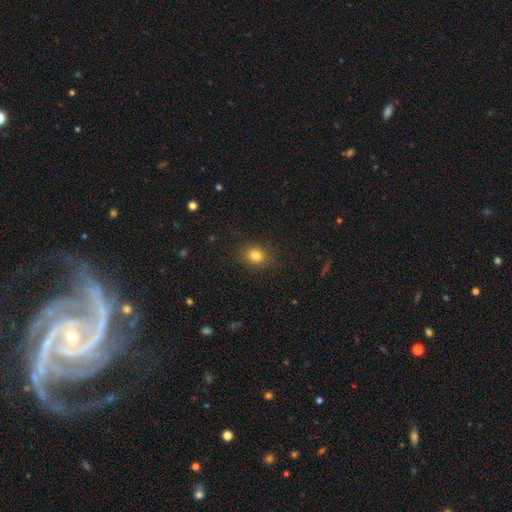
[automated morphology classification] smooth_or_featured: smooth (p=0.81) [alt: star or artifact p=0.12]
how_rounded: round (p=0.65) [alt: in between p=0.34]
merging: none (p=0.88) [alt: minor disturbance p=0.08]